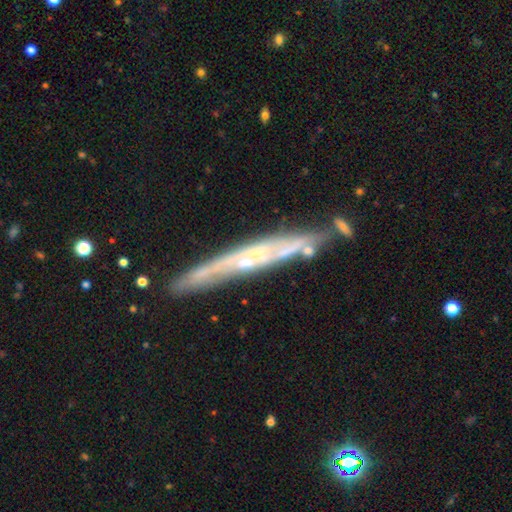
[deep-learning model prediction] smooth-or-featured: featured or disk: 76% | smooth: 17% | star or artifact: 7%
  disk-edge-on: yes: 83% | no: 17%
    edge-on-bulge: none: 66% | rounded: 27% | boxy: 7%
  merging: none: 75% | minor disturbance: 16% | merger: 6% | major disturbance: 3%